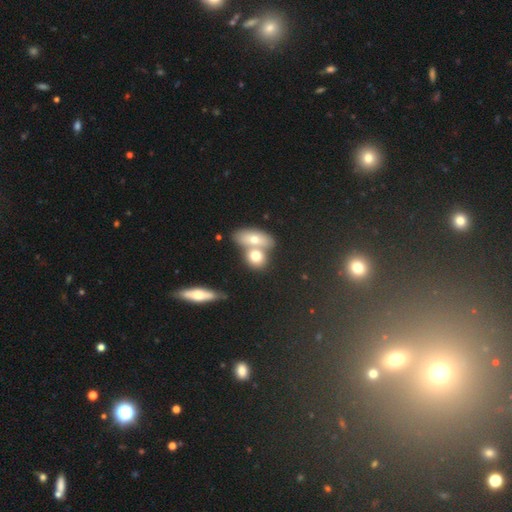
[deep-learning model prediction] A smooth galaxy with no disk features (67%) that is in between round and cigar-shaped (57%). Merging: merger (57%).